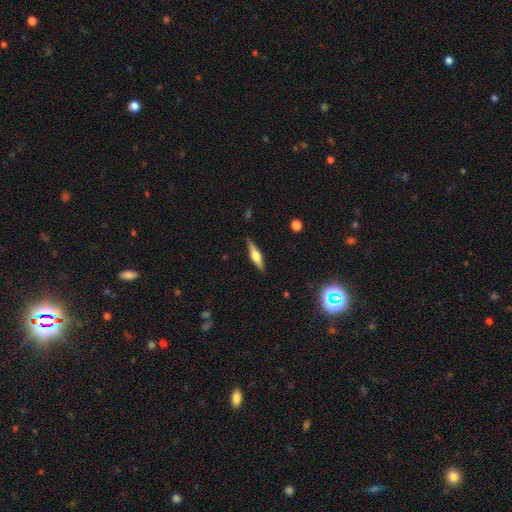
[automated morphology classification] Overall: featured or disk (56%; smooth 37%). Edge-on disk: yes (96%). Edge-on bulge: rounded (87%). Merging: none (87%).